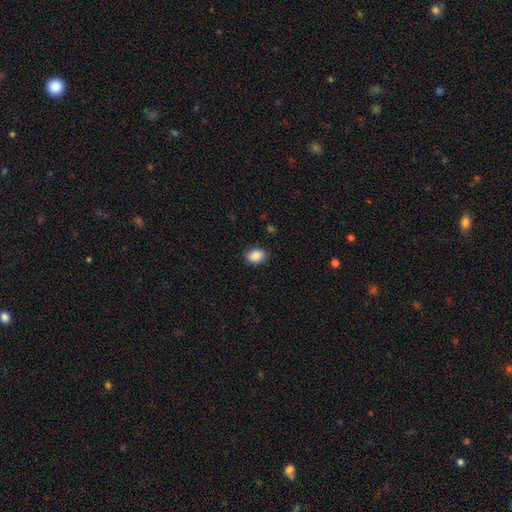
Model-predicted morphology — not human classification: This is clearly a smooth galaxy (89%). How rounded: likely in between (70%). Merging: clearly none (87%).